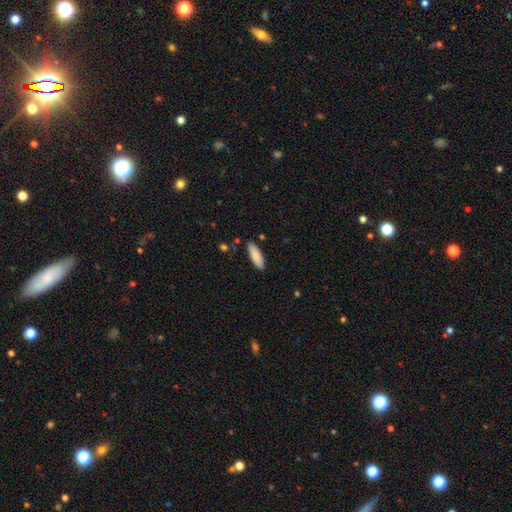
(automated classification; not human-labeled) A smooth galaxy with no disk features (87%) that is in between round and cigar-shaped (56%). Merging: none (87%).